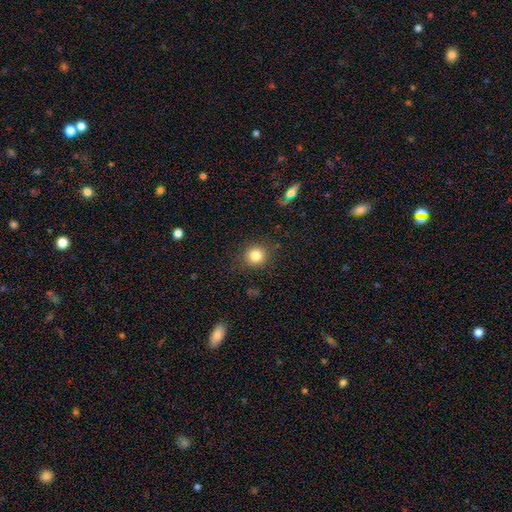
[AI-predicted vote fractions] The model was most divided on "smooth or featured": smooth: 83%, star or artifact: 11%, featured or disk: 6%. More confident: how rounded — round (89%); merging — none (87%).